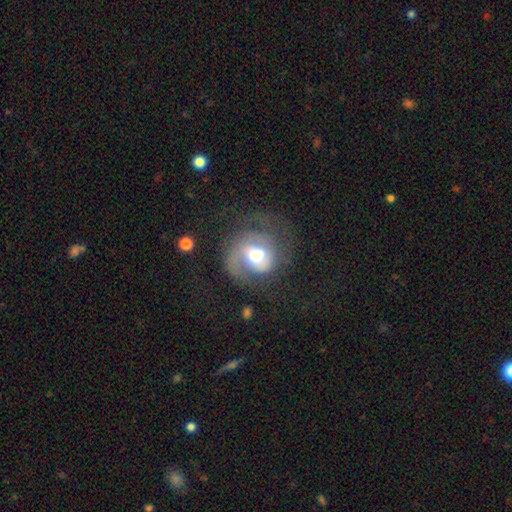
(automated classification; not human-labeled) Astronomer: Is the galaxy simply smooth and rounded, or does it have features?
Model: featured or disk — 68%.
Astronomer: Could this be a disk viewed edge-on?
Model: no — 98%.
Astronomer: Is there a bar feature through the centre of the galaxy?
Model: no — 46% (runner-up: weak, 41%).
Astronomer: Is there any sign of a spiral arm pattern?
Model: yes — 86%.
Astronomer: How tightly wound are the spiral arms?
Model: medium — 45% (runner-up: loose, 29%).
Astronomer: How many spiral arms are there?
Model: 2 — 50% (runner-up: 1, 28%).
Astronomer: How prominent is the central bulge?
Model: moderate — 64%.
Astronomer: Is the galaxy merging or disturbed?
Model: none — 49% (runner-up: major disturbance, 29%).